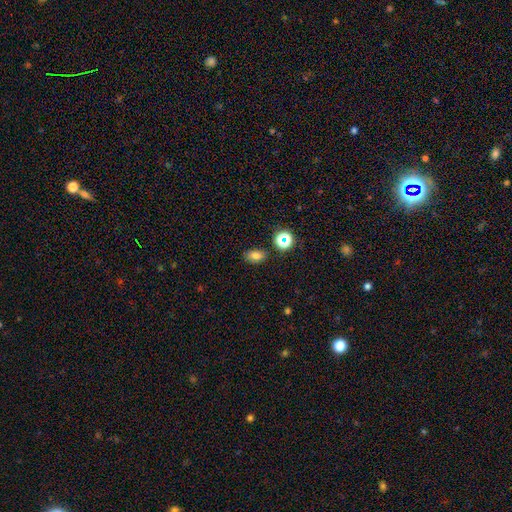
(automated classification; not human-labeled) This is likely a smooth galaxy (73%). How rounded: likely in between (79%). Merging: clearly none (82%).